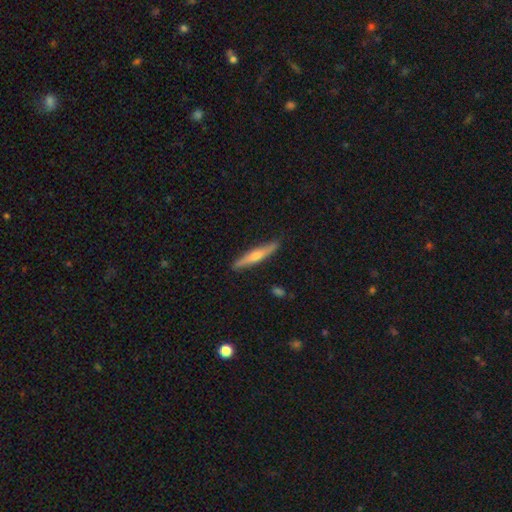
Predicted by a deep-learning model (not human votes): Overall: featured or disk (48%; smooth 46%). Merging: none (88%).